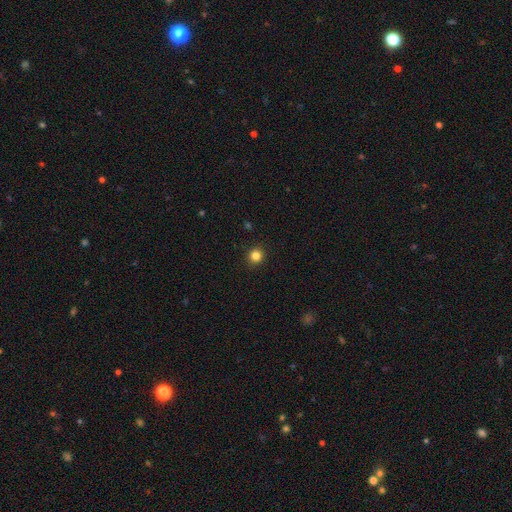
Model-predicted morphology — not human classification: Overall: smooth (83%). How rounded: round (92%). Merging: none (92%).